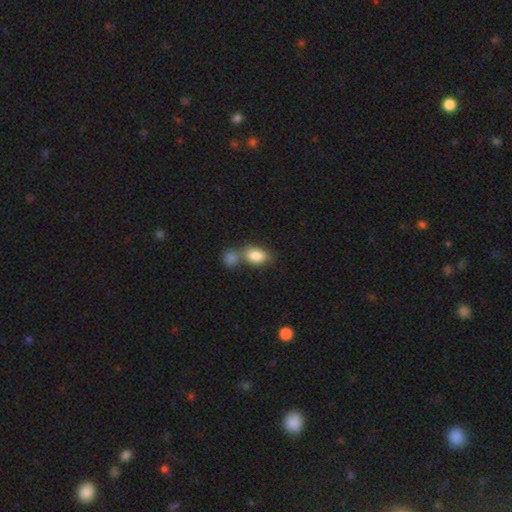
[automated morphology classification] type=smooth (85%); roundness=in between (86%); merging=merger (44%).